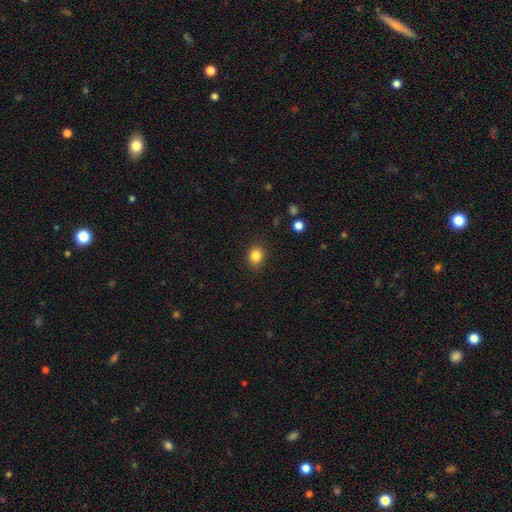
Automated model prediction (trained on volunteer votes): Smooth or featured?
  - smooth: 84% *
  - star or artifact: 11%
  - featured or disk: 5%
How rounded?
  - round: 66% *
  - in between: 33%
  - cigar-shaped: 1%
Merging?
  - none: 89% *
  - minor disturbance: 8%
  - major disturbance: 2%
  - merger: 1%